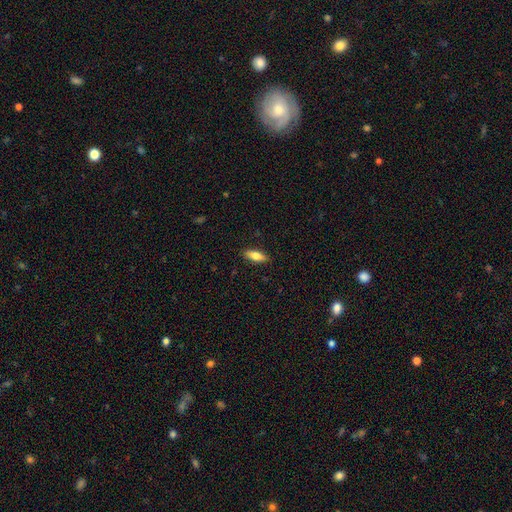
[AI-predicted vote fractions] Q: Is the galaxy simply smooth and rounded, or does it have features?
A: smooth — 77%.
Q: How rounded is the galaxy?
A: in between — 68%.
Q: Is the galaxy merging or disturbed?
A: none — 88%.